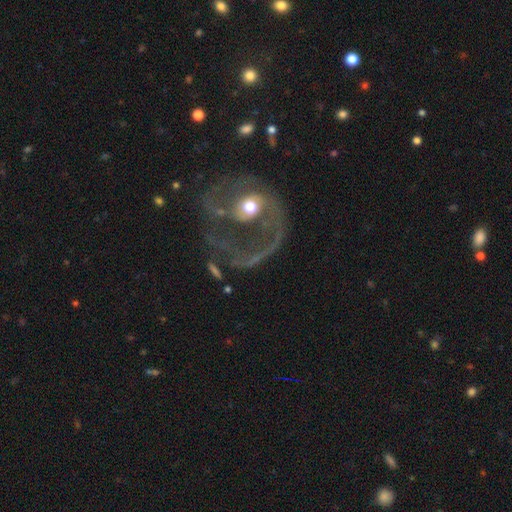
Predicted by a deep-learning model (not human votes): Smooth or featured? featured or disk (76%)
Edge-on disk? no (97%)
Bar? no (67%)
Spiral arms? yes (71%)
Spiral winding? loose (42%)
Spiral arm count? 1 (51%)
Bulge size? moderate (63%)
Merging? major disturbance (48%)